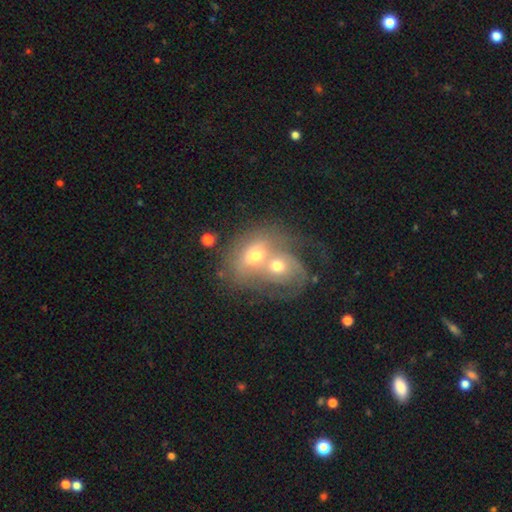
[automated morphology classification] This appears to be a featured or disk galaxy (52%). Merging: merger (77%).